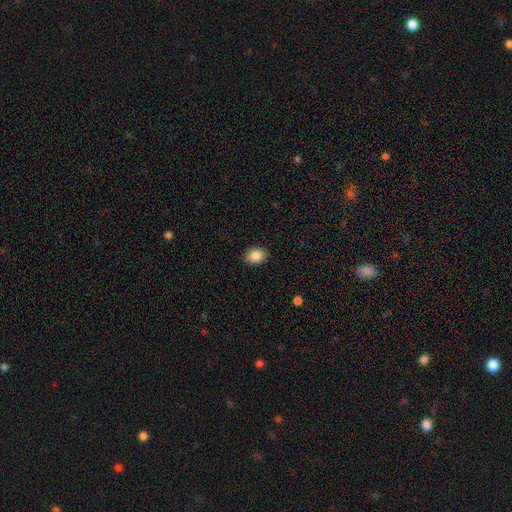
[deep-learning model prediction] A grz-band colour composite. It shows a smooth galaxy with no disk features (87%) that is in between round and cigar-shaped (68%). Merging: none (89%).